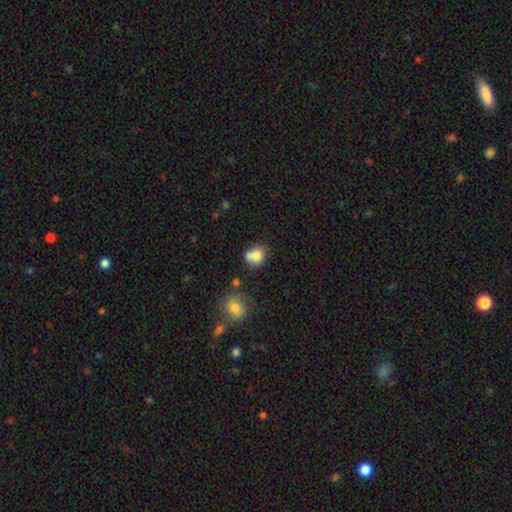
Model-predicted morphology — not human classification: Smooth or featured? Predicted: smooth (p=0.77). How rounded? Predicted: round (p=0.57). Merging? Predicted: none (p=0.39).